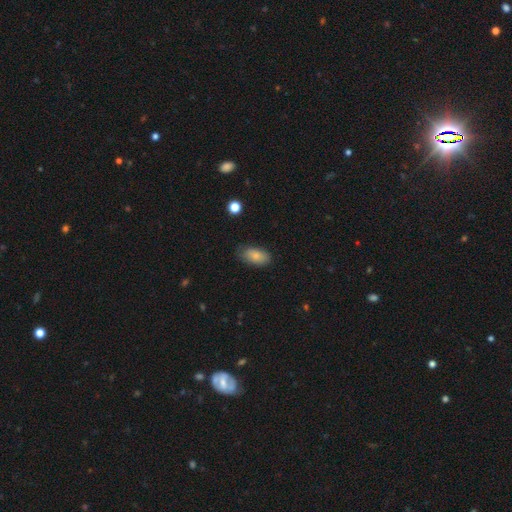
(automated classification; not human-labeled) This appears to be a smooth galaxy with no disk features (82%) that is in between round and cigar-shaped (92%). Merging: none (76%).